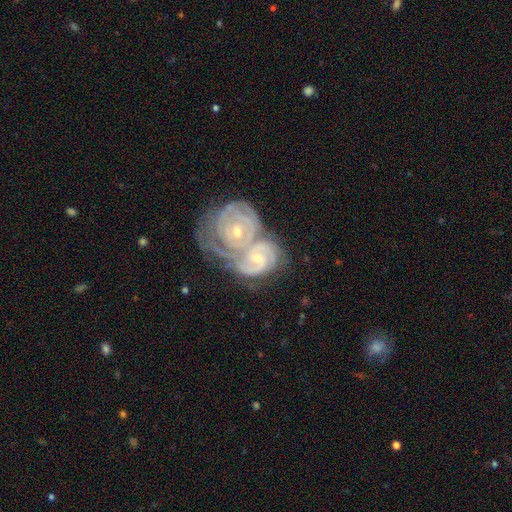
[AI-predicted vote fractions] smooth-or-featured: featured or disk: 89% | smooth: 6% | star or artifact: 5%
  disk-edge-on: no: 97% | yes: 3%
    bar: no: 65% | weak: 26% | strong: 9%
    has-spiral-arms: yes: 97% | no: 3%
      spiral-winding: tight: 74% | medium: 22% | loose: 3%
      spiral-arm-count: 2: 35% | 3: 26% | can't tell: 23% | 4: 7% | 1: 5% | more than 4: 5%
    bulge-size: small: 58% | moderate: 39% | large: 1% | none: 1% | dominant: 1%
  merging: merger: 76% | none: 14% | minor disturbance: 6% | major disturbance: 4%